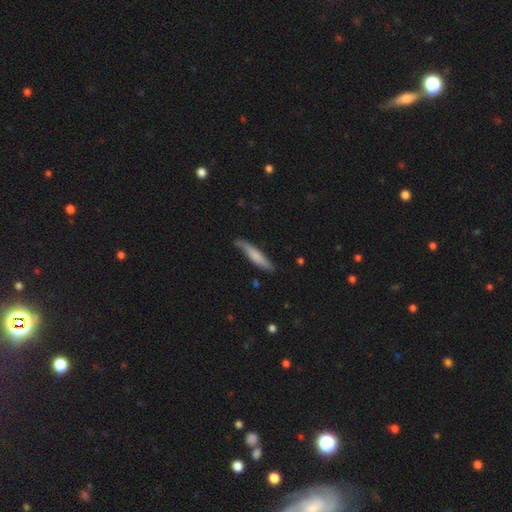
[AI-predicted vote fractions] Overall: smooth (68%). How rounded: cigar-shaped (88%). Merging: none (71%).